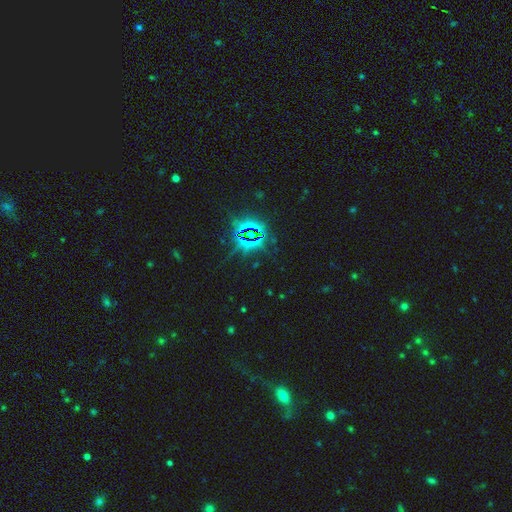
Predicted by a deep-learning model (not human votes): A star or artifact, not a galaxy (80%).